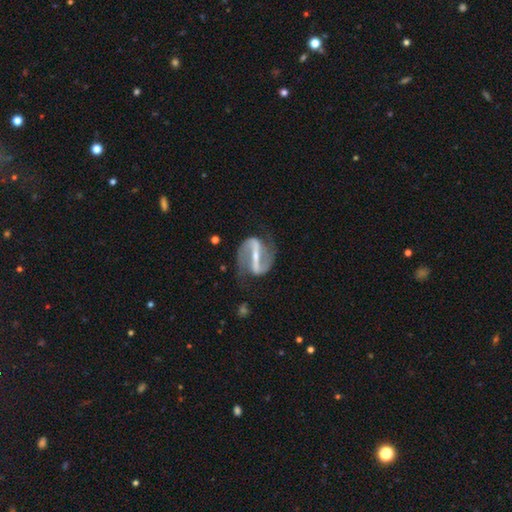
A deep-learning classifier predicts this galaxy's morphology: This appears to be a featured or disk galaxy (91%) with a strong bar (83%), 2 (93%) medium (53%) spiral arms (95%) and a small central bulge (57%). Merging: none (75%).